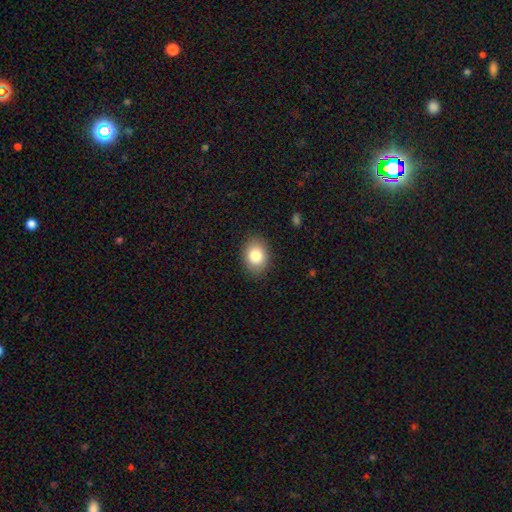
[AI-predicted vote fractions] Smooth or featured: smooth — 82% (featured or disk — 9%)
How rounded: in between — 65% (round — 34%)
Merging: none — 87% (minor disturbance — 10%)